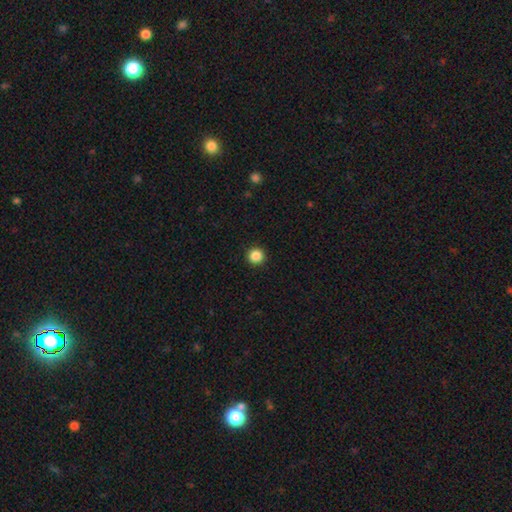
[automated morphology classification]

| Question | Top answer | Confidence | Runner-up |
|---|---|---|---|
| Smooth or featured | smooth | 87% | star or artifact (10%) |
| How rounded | round | 95% | in between (4%) |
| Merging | none | 93% | minor disturbance (4%) |